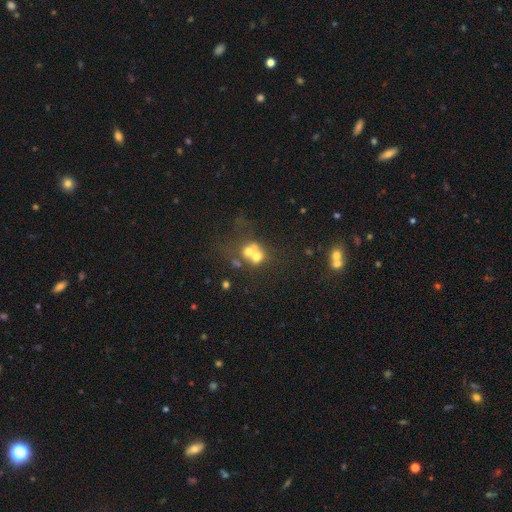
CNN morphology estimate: type=smooth (50%); roundness=round (71%); merging=merger (59%).